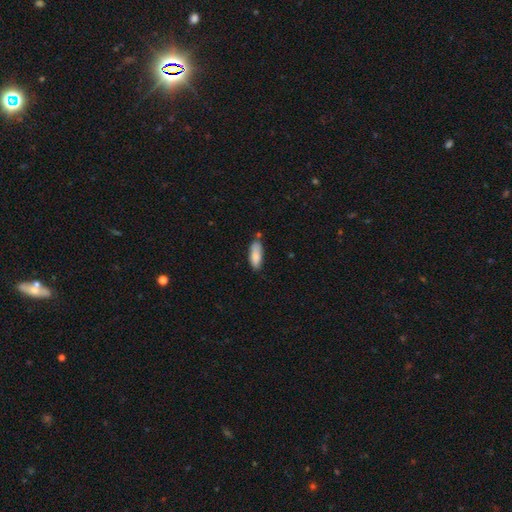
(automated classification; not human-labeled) Q: Smooth or featured?
A: smooth (85%); runner-up: featured or disk (9%)
Q: How rounded?
A: in between (69%); runner-up: cigar-shaped (29%)
Q: Merging?
A: none (66%); runner-up: minor disturbance (23%)